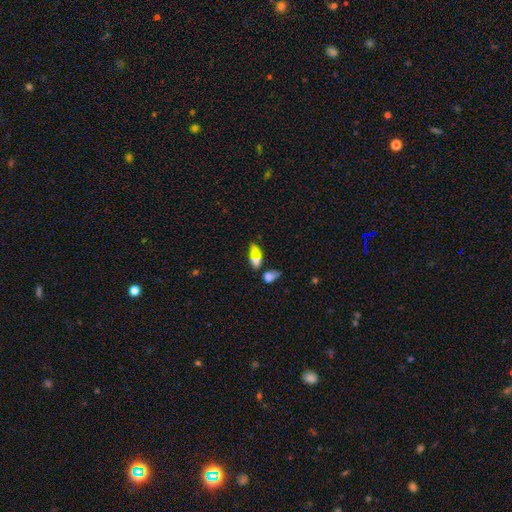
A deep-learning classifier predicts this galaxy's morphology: type=smooth (66%); roundness=in between (67%); merging=merger (46%).